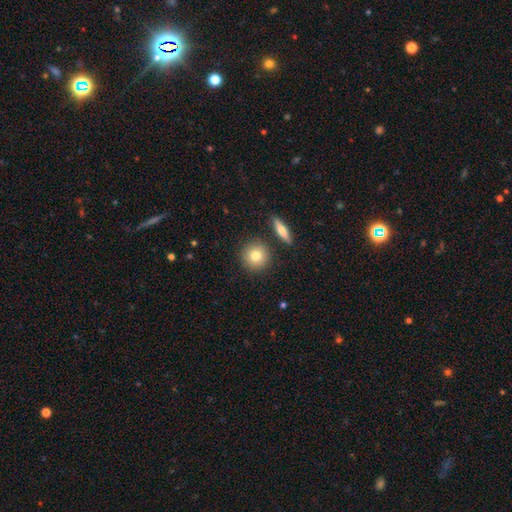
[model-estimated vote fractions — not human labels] Smooth or featured? Predicted: smooth (p=0.78). How rounded? Predicted: round (p=0.92). Merging? Predicted: none (p=0.86).